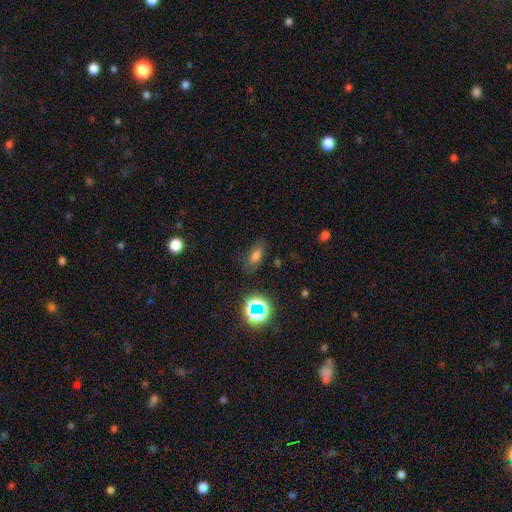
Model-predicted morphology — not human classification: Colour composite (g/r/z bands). It shows a smooth galaxy with no disk features (69%) that is in between round and cigar-shaped (82%). Merging: none (75%).